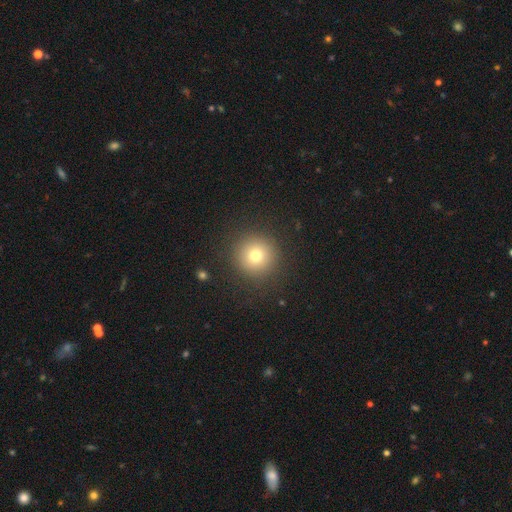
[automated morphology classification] This appears to be a smooth galaxy with no disk features (75%) that is round (95%). Merging: none (90%).